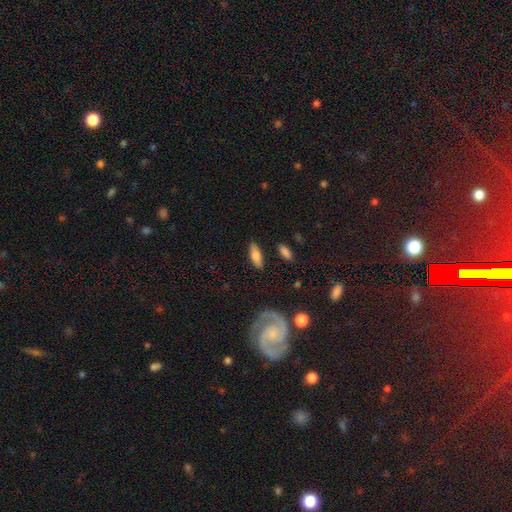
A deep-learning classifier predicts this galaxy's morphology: This appears to be a smooth galaxy with no disk features (70%) that is in between round and cigar-shaped (64%). Merging: none (83%).